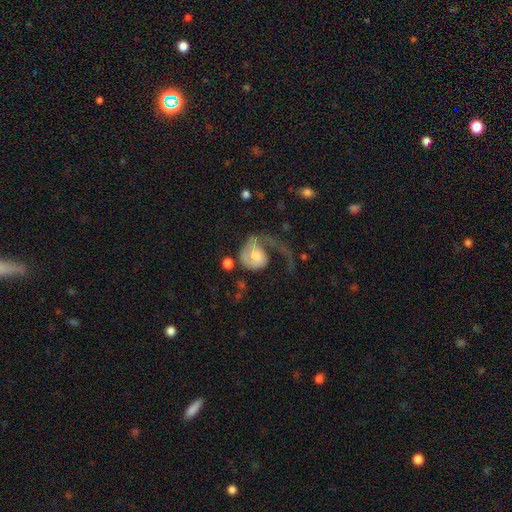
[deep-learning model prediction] Q: Smooth or featured?
A: featured or disk (63%); runner-up: smooth (30%)
Q: Edge-on disk?
A: no (98%); runner-up: yes (2%)
Q: Bar?
A: no (67%); runner-up: weak (28%)
Q: Spiral arms?
A: yes (82%); runner-up: no (18%)
Q: Spiral winding?
A: loose (55%); runner-up: medium (28%)
Q: Spiral arm count?
A: 1 (82%); runner-up: 2 (10%)
Q: Bulge size?
A: moderate (48%); runner-up: small (21%)
Q: Merging?
A: major disturbance (59%); runner-up: none (22%)